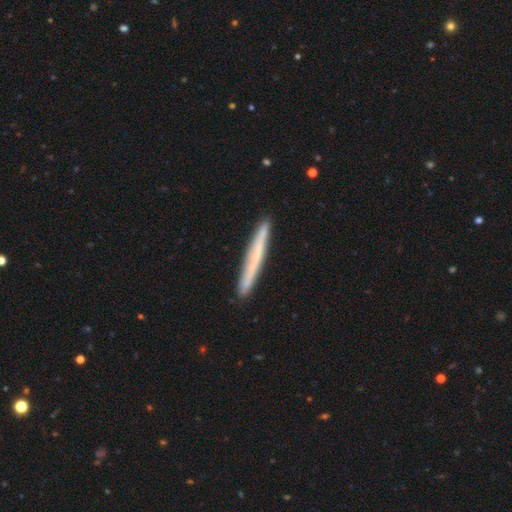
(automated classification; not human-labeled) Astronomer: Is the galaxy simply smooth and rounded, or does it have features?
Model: smooth — 49% (runner-up: featured or disk, 45%).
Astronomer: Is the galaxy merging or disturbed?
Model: none — 90%.